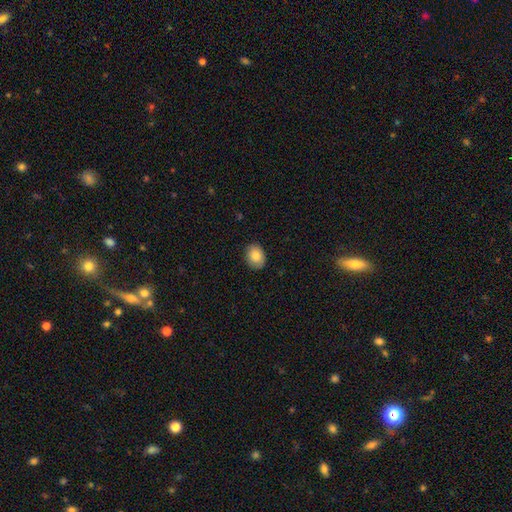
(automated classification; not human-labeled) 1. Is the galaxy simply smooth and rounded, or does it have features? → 84% smooth, 8% featured or disk, 8% star or artifact.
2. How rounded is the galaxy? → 60% in between, 39% round, 1% cigar-shaped.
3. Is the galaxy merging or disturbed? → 88% none, 10% minor disturbance, 2% major disturbance, 1% merger.